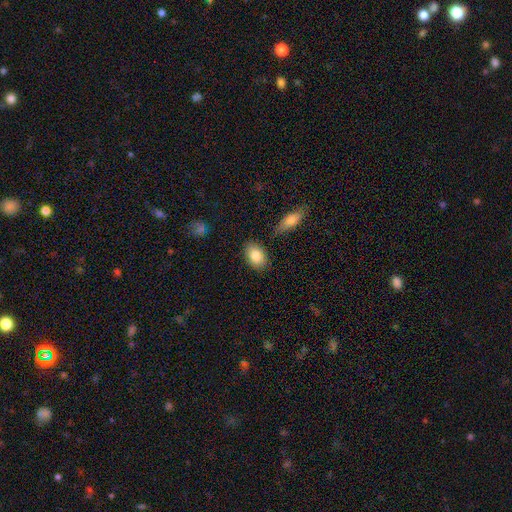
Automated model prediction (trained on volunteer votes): smooth 85%, featured or disk 8%, star or artifact 6%. Down the decision tree: how rounded — in between (84%); merging — none (82%).